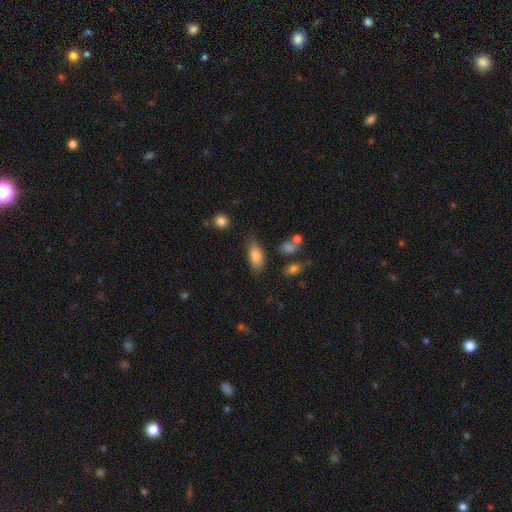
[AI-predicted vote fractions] Smooth or featured?
  - smooth: 79% *
  - featured or disk: 13%
  - star or artifact: 8%
How rounded?
  - in between: 83% *
  - cigar-shaped: 13%
  - round: 4%
Merging?
  - none: 66% *
  - minor disturbance: 23%
  - major disturbance: 6%
  - merger: 5%